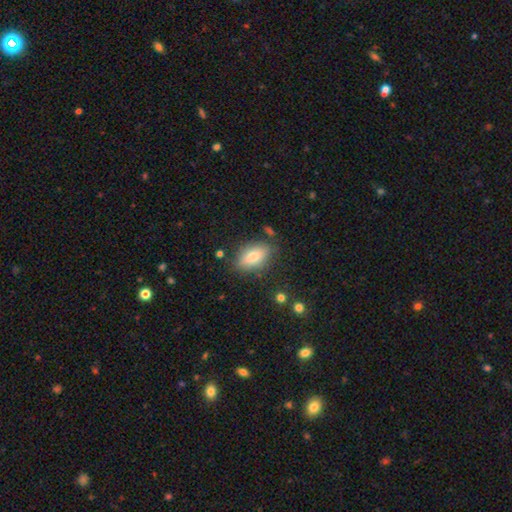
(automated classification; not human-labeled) This is likely a smooth galaxy (75%). How rounded: clearly in between (88%). Merging: clearly none (81%).